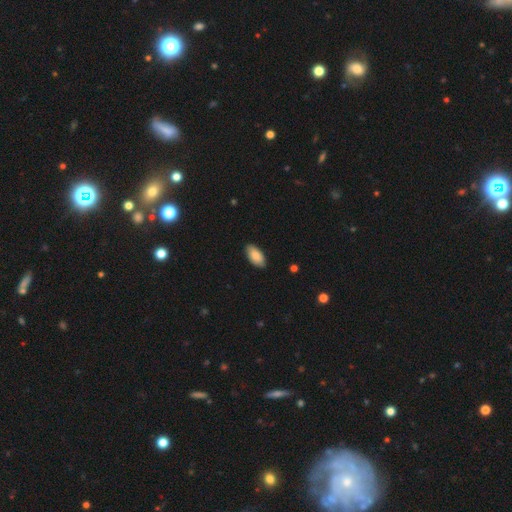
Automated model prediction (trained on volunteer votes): Q: Smooth or featured?
A: smooth (84%); runner-up: featured or disk (10%)
Q: How rounded?
A: in between (94%); runner-up: cigar-shaped (4%)
Q: Merging?
A: none (86%); runner-up: minor disturbance (11%)